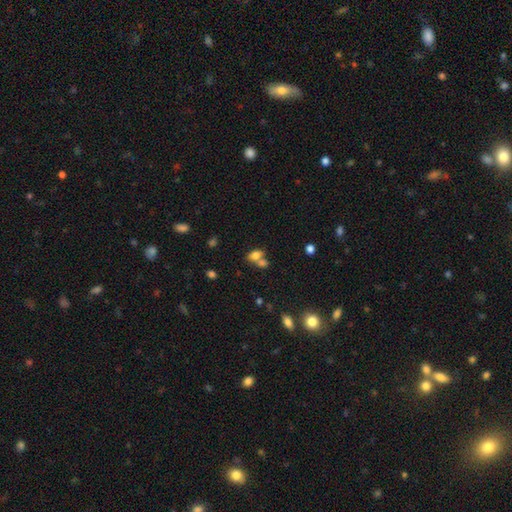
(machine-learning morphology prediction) smooth-or-featured: smooth: 75% | featured or disk: 13% | star or artifact: 12%
  how-rounded: in between: 81% | round: 15% | cigar-shaped: 4%
  merging: merger: 48% | none: 38% | minor disturbance: 10% | major disturbance: 5%